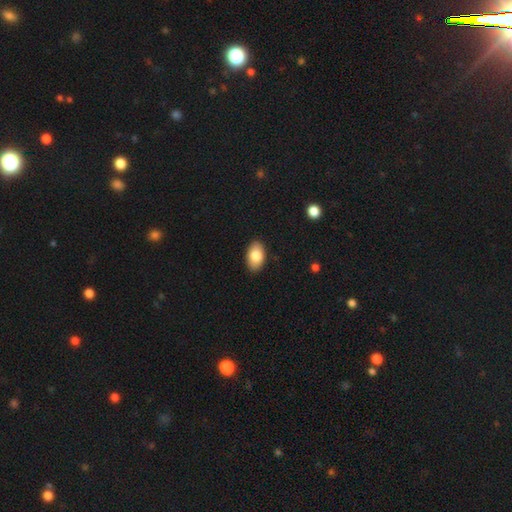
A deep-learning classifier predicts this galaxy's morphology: smooth-or-featured: smooth: 83% | featured or disk: 11% | star or artifact: 7%
  how-rounded: in between: 93% | round: 6% | cigar-shaped: 1%
  merging: none: 89% | minor disturbance: 8% | major disturbance: 2% | merger: 1%